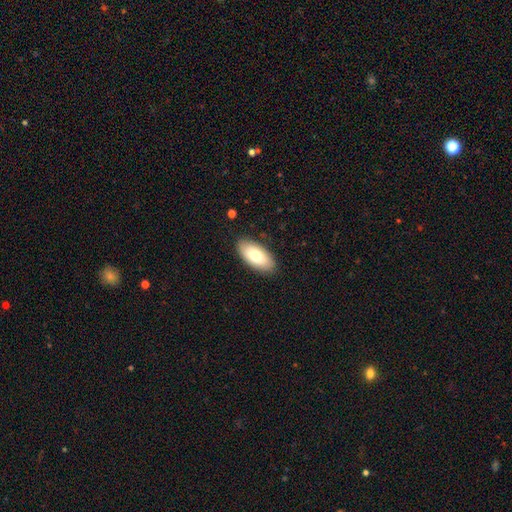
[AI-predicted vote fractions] This appears to be a smooth galaxy with no disk features (75%) that is in between round and cigar-shaped (92%). Merging: none (87%).